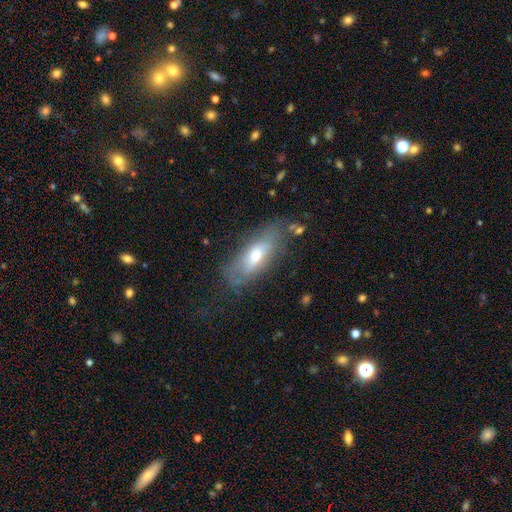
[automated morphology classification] Smooth or featured: smooth — 48% (featured or disk — 44%)
Merging: none — 66% (minor disturbance — 22%)